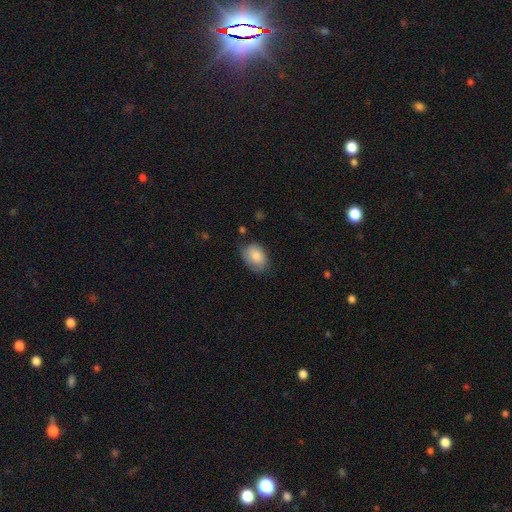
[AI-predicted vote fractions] Q: Smooth or featured?
A: smooth (85%); runner-up: featured or disk (8%)
Q: How rounded?
A: in between (80%); runner-up: round (18%)
Q: Merging?
A: none (69%); runner-up: minor disturbance (25%)